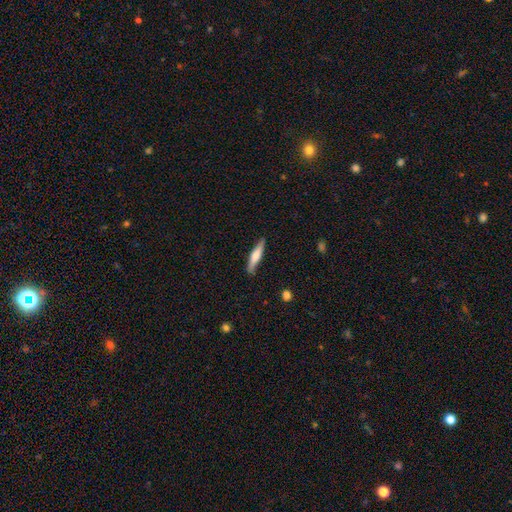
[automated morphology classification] Smooth or featured?
  - smooth: 55% *
  - featured or disk: 39%
  - star or artifact: 5%
How rounded?
  - cigar-shaped: 87% *
  - in between: 11%
  - round: 1%
Merging?
  - none: 88% *
  - minor disturbance: 9%
  - major disturbance: 2%
  - merger: 1%